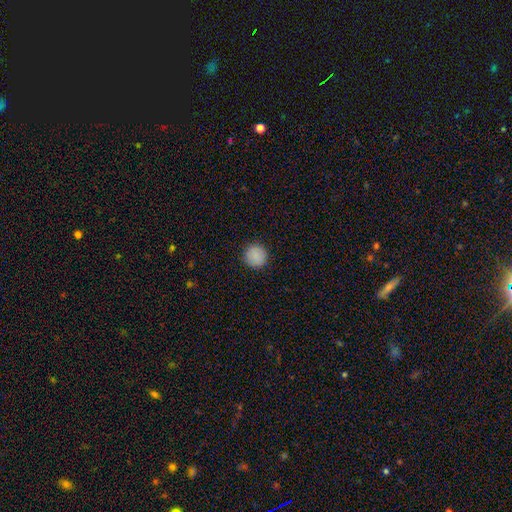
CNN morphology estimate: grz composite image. It shows a smooth galaxy with no disk features (89%) that is round (93%). Merging: none (92%).